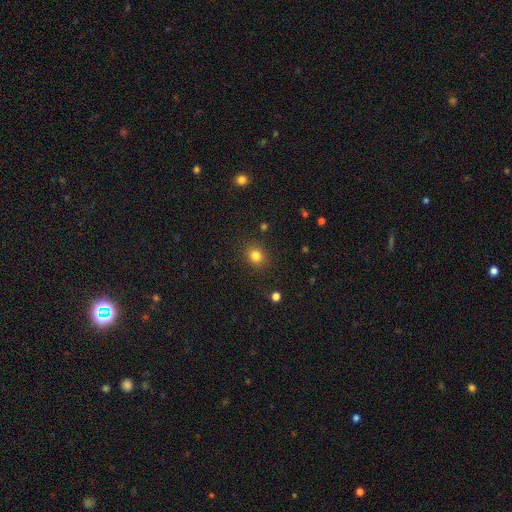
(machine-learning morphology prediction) type=smooth (81%); roundness=round (75%); merging=none (88%).